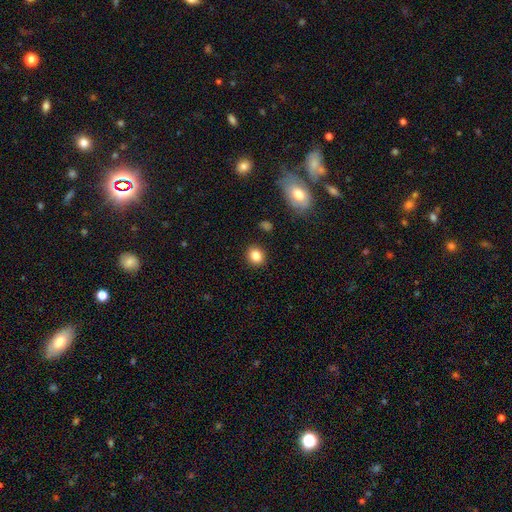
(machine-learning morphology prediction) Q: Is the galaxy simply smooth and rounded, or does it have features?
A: smooth — 85%.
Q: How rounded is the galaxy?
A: round — 67%.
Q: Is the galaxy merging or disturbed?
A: none — 90%.